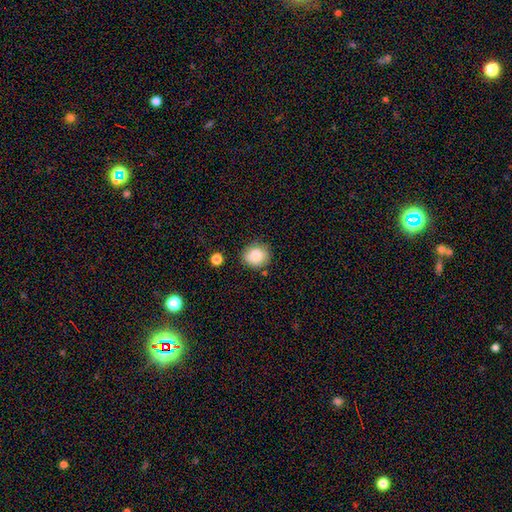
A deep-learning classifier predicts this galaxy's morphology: This appears to be a smooth galaxy with no disk features (85%) that is round (75%). Merging: none (78%).